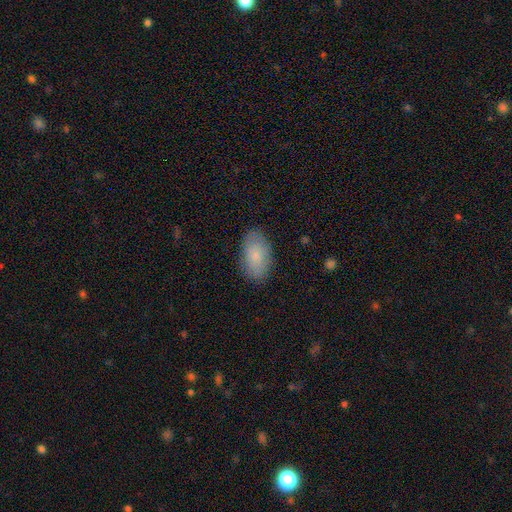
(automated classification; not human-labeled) This is clearly a smooth galaxy (83%). How rounded: clearly in between (93%). Merging: clearly none (84%).